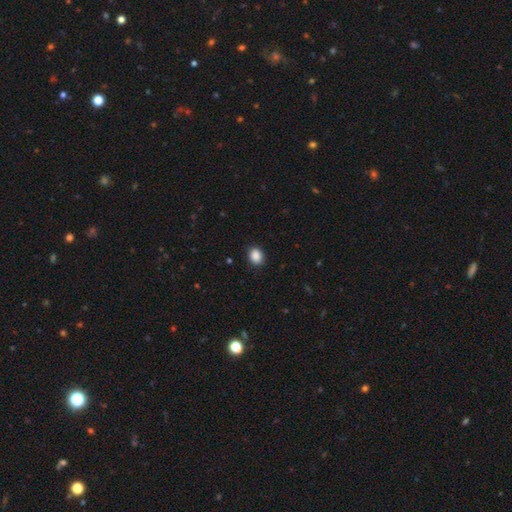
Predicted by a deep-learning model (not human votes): Smooth or featured: smooth — 89% (star or artifact — 9%)
How rounded: round — 50% (in between — 49%)
Merging: none — 89% (minor disturbance — 8%)